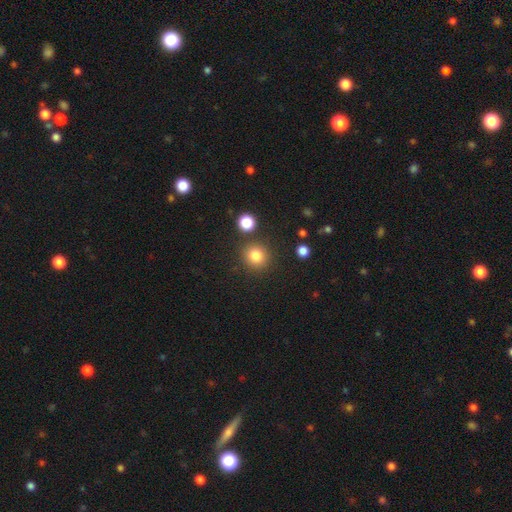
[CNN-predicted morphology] smooth-or-featured: smooth: 82% | star or artifact: 12% | featured or disk: 6%
  how-rounded: round: 92% | in between: 8% | cigar-shaped: 1%
  merging: none: 85% | minor disturbance: 7% | merger: 5% | major disturbance: 3%